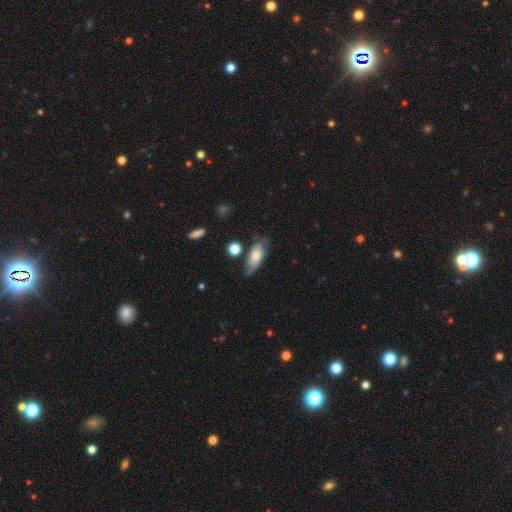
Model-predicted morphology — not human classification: type=smooth (60%); roundness=in between (79%); merging=none (63%).